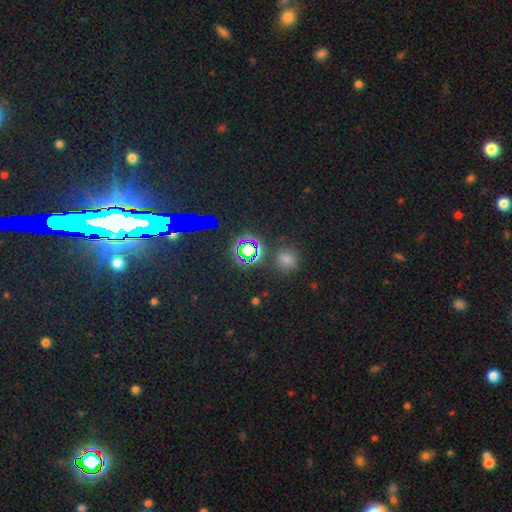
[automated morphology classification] star or artifact 69%, smooth 20%, featured or disk 11%.